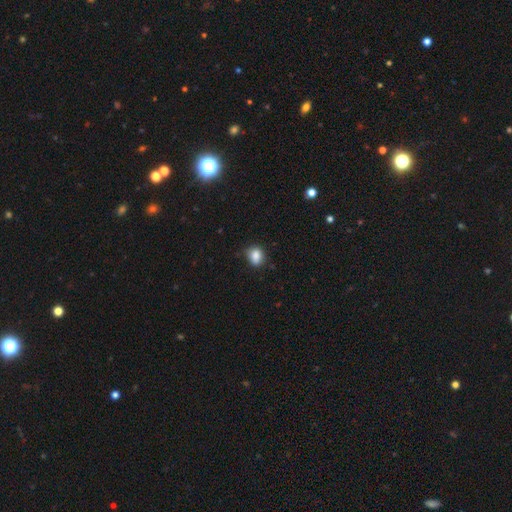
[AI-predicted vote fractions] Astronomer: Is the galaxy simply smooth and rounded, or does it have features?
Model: smooth — 85%.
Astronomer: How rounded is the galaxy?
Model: in between — 55% (runner-up: round, 44%).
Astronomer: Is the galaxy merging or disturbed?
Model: none — 70%.